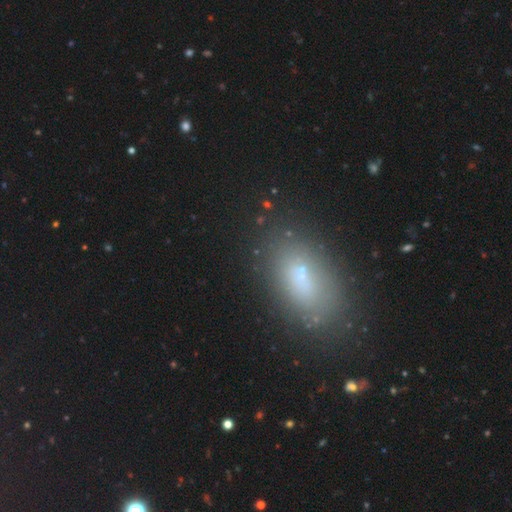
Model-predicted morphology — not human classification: smooth_or_featured: smooth (p=0.55) [alt: star or artifact p=0.23]
how_rounded: in between (p=0.88) [alt: round p=0.08]
merging: none (p=0.82) [alt: minor disturbance p=0.13]